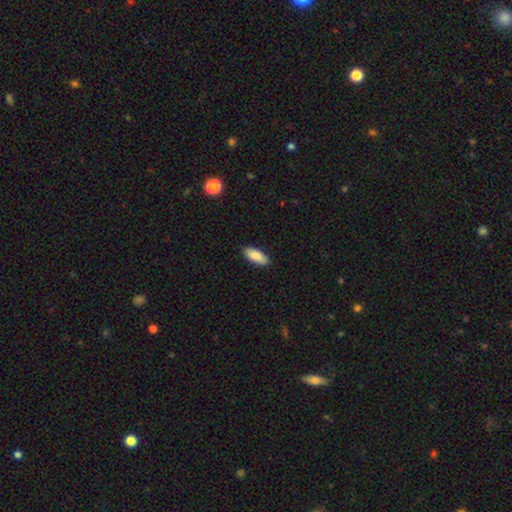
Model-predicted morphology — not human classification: smooth_or_featured: smooth (p=0.87) [alt: featured or disk p=0.07]
how_rounded: in between (p=0.79) [alt: cigar-shaped p=0.20]
merging: none (p=0.88) [alt: minor disturbance p=0.10]